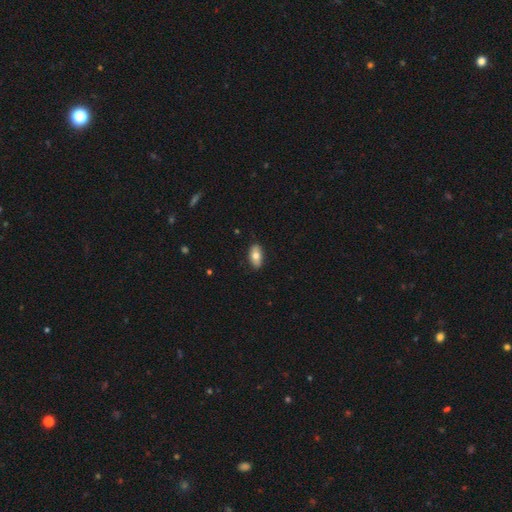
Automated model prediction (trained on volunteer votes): Smooth or featured: smooth — 74% (featured or disk — 20%)
How rounded: in between — 91% (cigar-shaped — 5%)
Merging: none — 87% (minor disturbance — 10%)